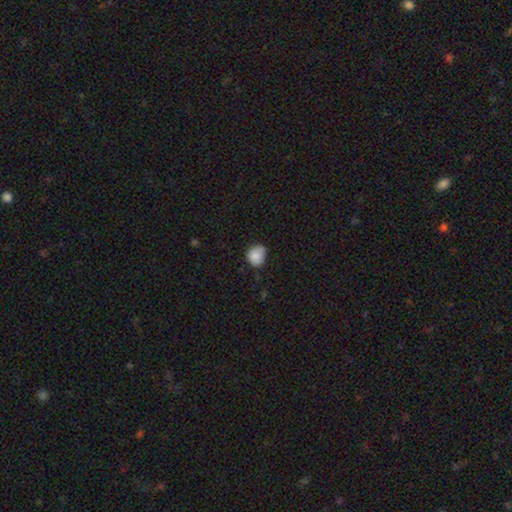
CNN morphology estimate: Smooth or featured? smooth (85%)
How rounded? round (63%)
Merging? none (54%)